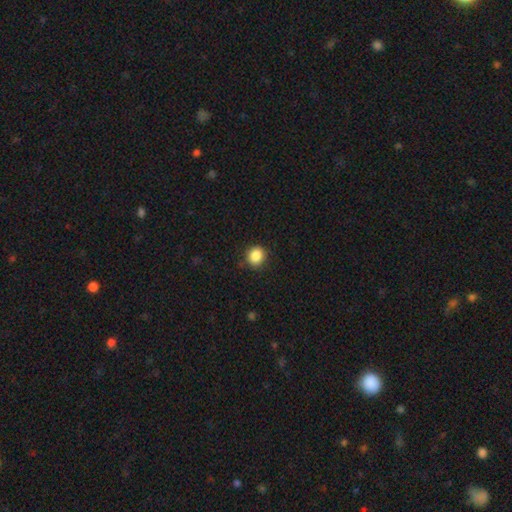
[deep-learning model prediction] Smooth or featured: smooth — 87% (star or artifact — 10%)
How rounded: round — 84% (in between — 15%)
Merging: none — 87% (minor disturbance — 9%)